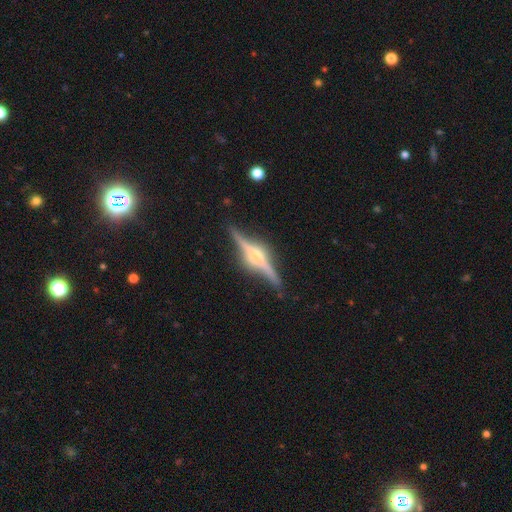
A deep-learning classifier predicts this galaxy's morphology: This is clearly a featured or disk galaxy (87%). It is clearly viewed edge-on (97%). Edge-on bulge: clearly rounded (90%). Merging: clearly none (87%).